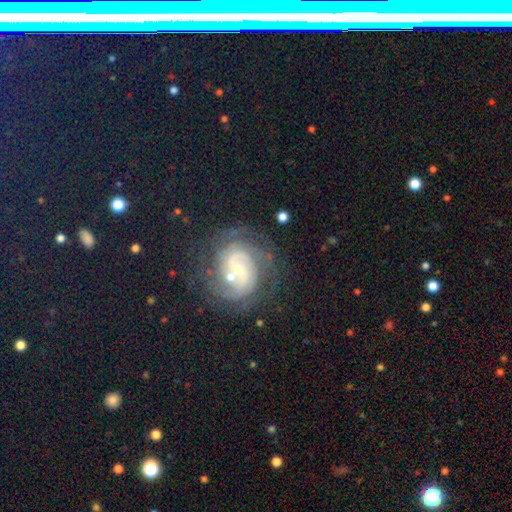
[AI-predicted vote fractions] Smooth or featured? featured or disk (55%)
Edge-on disk? no (96%)
Bar? no (50%)
Spiral arms? yes (89%)
Bulge size? small (57%)
Merging? none (72%)